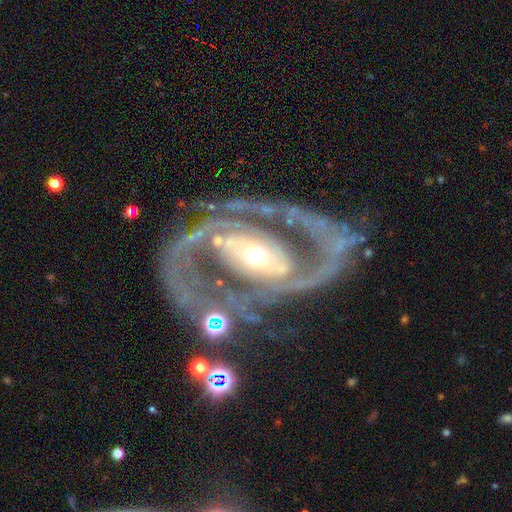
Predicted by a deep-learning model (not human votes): featured or disk 91%, smooth 5%, star or artifact 4%. Down the decision tree: edge-on disk — no (97%); bar — no (44%); spiral arms — yes (93%); spiral arm count — 2 (84%); spiral winding — medium (46%); bulge size — moderate (55%); merging — none (57%).